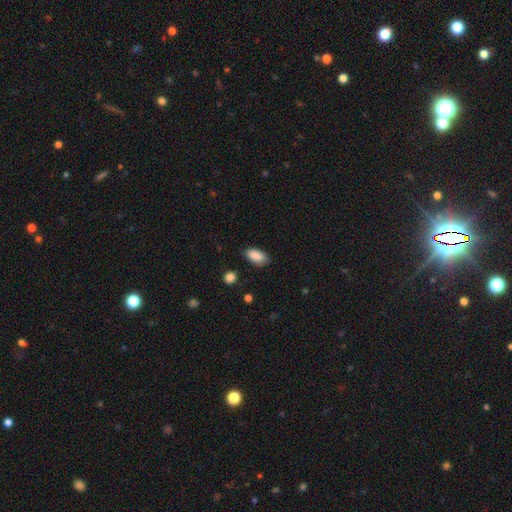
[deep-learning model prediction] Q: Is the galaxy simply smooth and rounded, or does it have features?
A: smooth — 89%.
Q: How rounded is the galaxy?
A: in between — 93%.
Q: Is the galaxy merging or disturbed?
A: none — 83%.